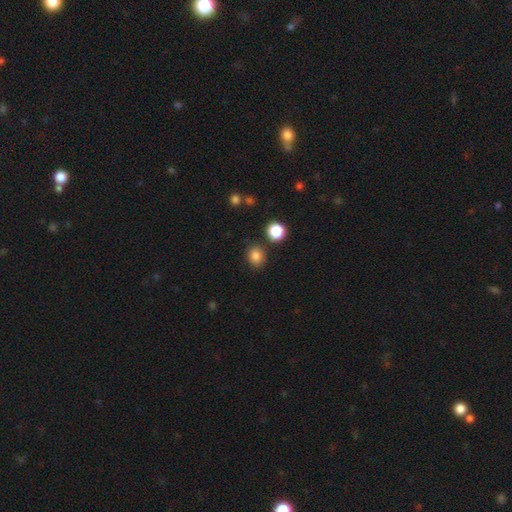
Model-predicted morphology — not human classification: Smooth or featured? smooth (83%)
How rounded? round (72%)
Merging? none (81%)